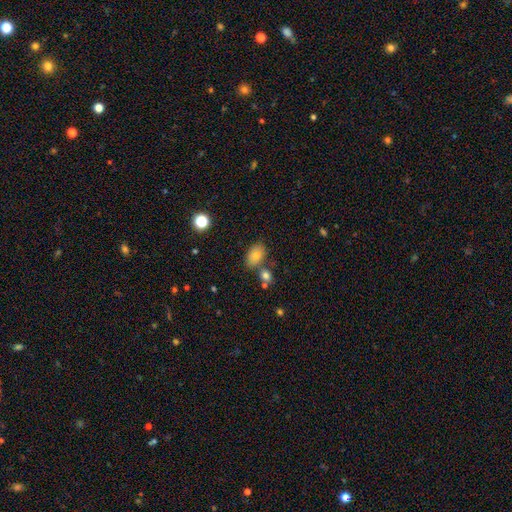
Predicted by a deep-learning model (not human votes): smooth_or_featured: smooth (p=0.80) [alt: featured or disk p=0.10]
how_rounded: in between (p=0.88) [alt: round p=0.10]
merging: none (p=0.68) [alt: merger p=0.15]